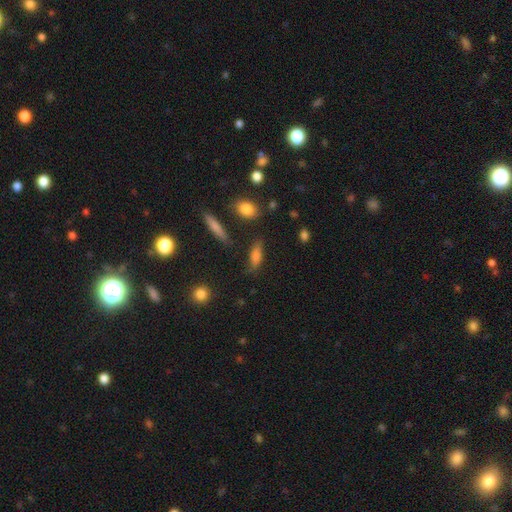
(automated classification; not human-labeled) The model was most divided on "how rounded": in between: 49%, cigar-shaped: 46%, round: 5%. More confident: merging — none (72%); smooth or featured — smooth (67%).